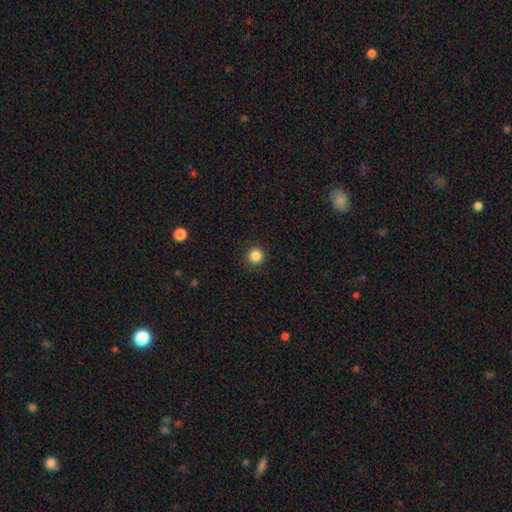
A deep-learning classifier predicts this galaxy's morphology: Smooth or featured? smooth (86%)
How rounded? round (95%)
Merging? none (92%)